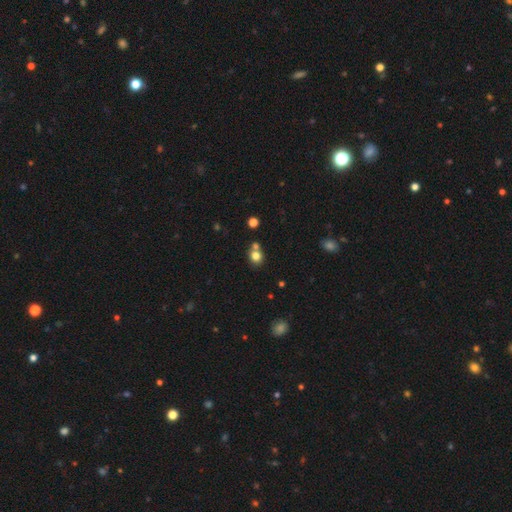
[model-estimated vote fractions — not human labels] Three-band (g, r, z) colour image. It shows a smooth galaxy with no disk features (79%) that is round (80%). Merging: none (58%).